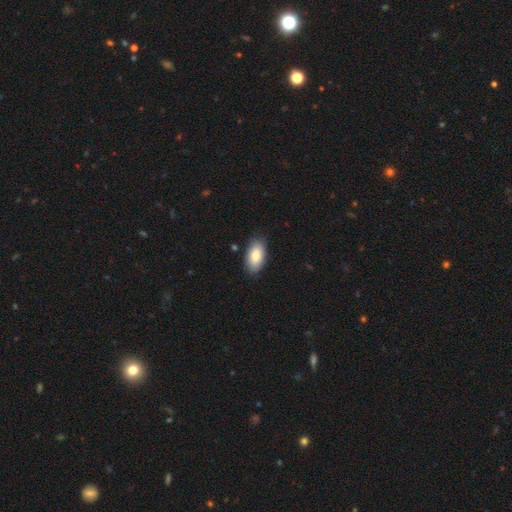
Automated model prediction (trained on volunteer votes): This appears to be a smooth galaxy with no disk features (84%) that is in between round and cigar-shaped (94%). Merging: none (83%).